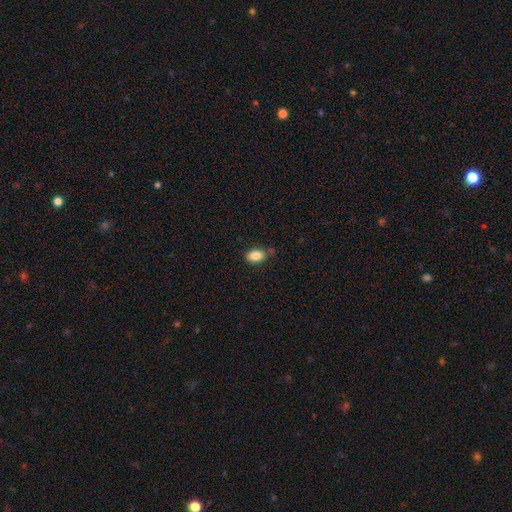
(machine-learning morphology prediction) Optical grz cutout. It shows a smooth galaxy with no disk features (86%) that is in between round and cigar-shaped (85%). Merging: none (75%).